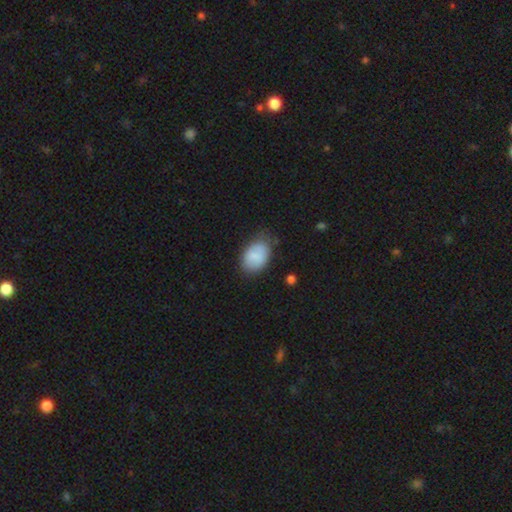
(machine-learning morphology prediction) Smooth or featured? smooth (82%)
How rounded? in between (84%)
Merging? none (64%)